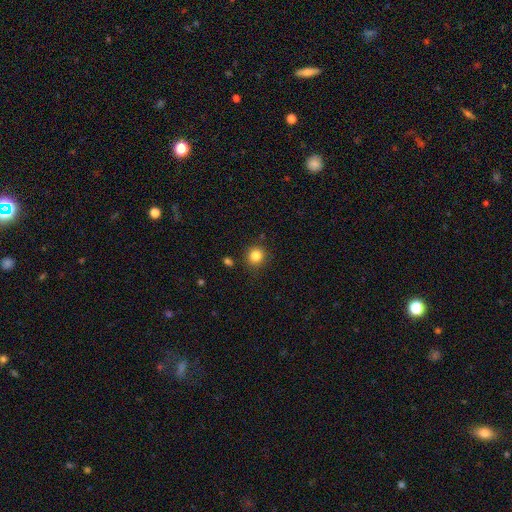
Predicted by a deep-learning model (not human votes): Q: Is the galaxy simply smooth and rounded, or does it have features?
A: smooth — 84%.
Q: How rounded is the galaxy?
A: round — 87%.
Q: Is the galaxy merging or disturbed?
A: none — 86%.